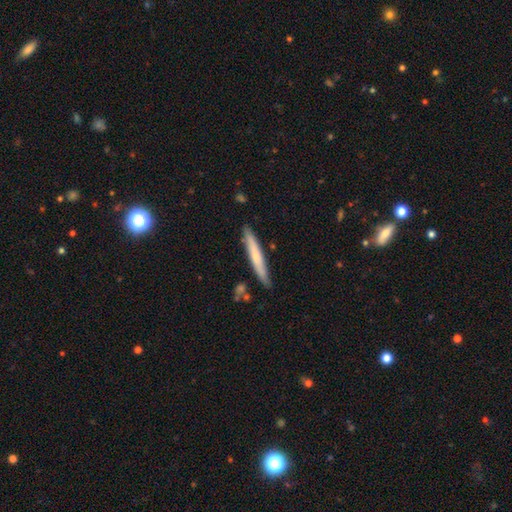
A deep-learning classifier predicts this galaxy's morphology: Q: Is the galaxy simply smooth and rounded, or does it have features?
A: smooth — 62%.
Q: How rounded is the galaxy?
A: cigar-shaped — 95%.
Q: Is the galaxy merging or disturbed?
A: none — 86%.